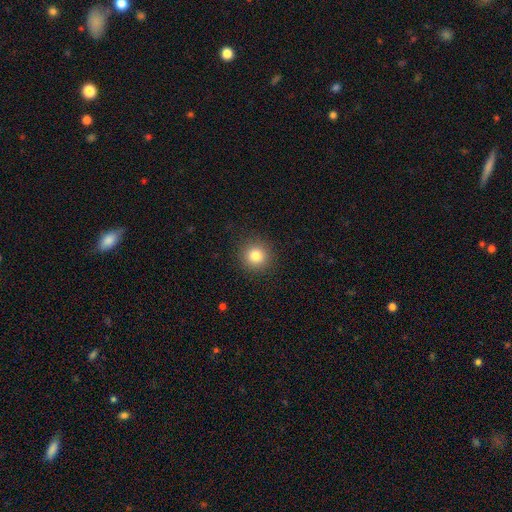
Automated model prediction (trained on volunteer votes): A smooth galaxy with no disk features (82%) that is round (94%). Merging: none (91%).